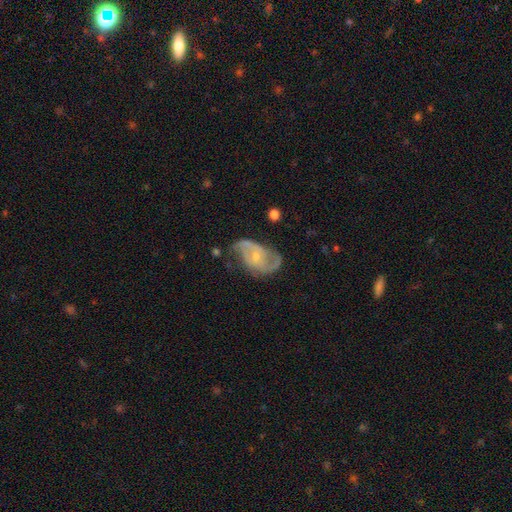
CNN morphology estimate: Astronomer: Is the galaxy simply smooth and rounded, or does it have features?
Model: featured or disk — 83%.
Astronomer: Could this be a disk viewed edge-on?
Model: no — 97%.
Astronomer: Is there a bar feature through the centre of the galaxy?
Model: no — 54% (runner-up: weak, 37%).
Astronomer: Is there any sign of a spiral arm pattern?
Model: yes — 93%.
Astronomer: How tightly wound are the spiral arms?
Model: medium — 49% (runner-up: loose, 29%).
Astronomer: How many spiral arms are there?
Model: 2 — 83%.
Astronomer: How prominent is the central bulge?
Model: small — 66%.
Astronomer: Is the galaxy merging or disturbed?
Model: none — 62%.